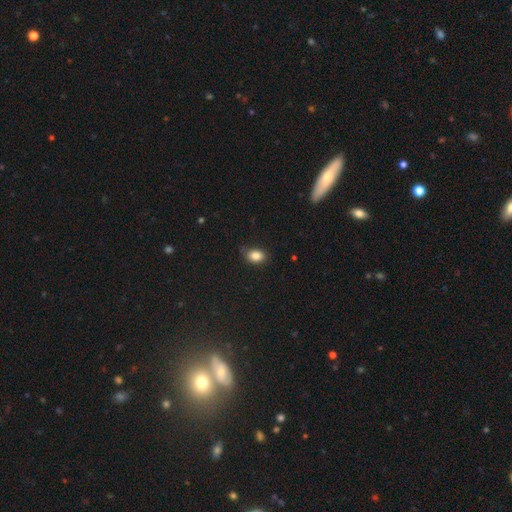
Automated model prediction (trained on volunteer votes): Overall: smooth (85%). How rounded: in between (75%). Merging: none (74%).